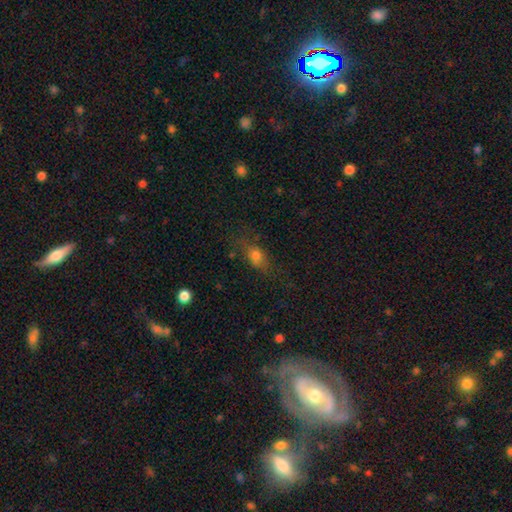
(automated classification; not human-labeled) smooth_or_featured: smooth (p=0.67) [alt: featured or disk p=0.20]
how_rounded: in between (p=0.67) [alt: round p=0.17]
merging: none (p=0.62) [alt: minor disturbance p=0.22]